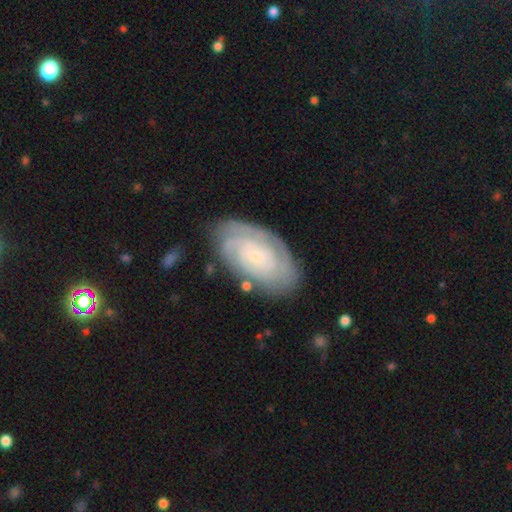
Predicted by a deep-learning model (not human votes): Smooth or featured? featured or disk (80%)
Edge-on disk? no (96%)
Bar? no (71%)
Spiral arms? yes (95%)
Spiral winding? tight (77%)
Spiral arm count? can't tell (35%)
Bulge size? small (78%)
Merging? none (75%)